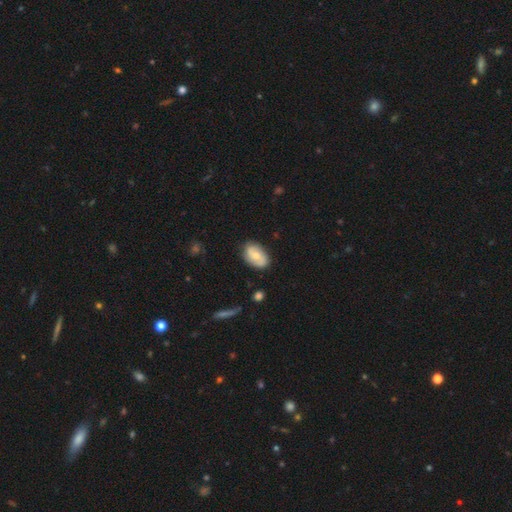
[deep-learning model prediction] smooth-or-featured: smooth: 51% | featured or disk: 42% | star or artifact: 7%
  how-rounded: in between: 89% | round: 9% | cigar-shaped: 2%
  merging: none: 79% | minor disturbance: 16% | major disturbance: 3% | merger: 2%